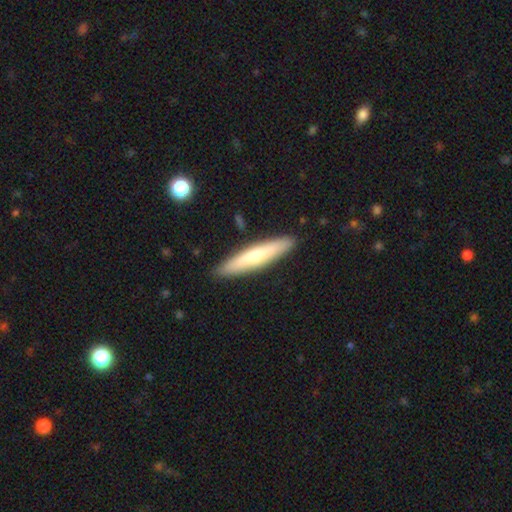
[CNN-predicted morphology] smooth 58%, featured or disk 36%, star or artifact 6%. Down the decision tree: how rounded — cigar-shaped (86%); merging — none (90%).